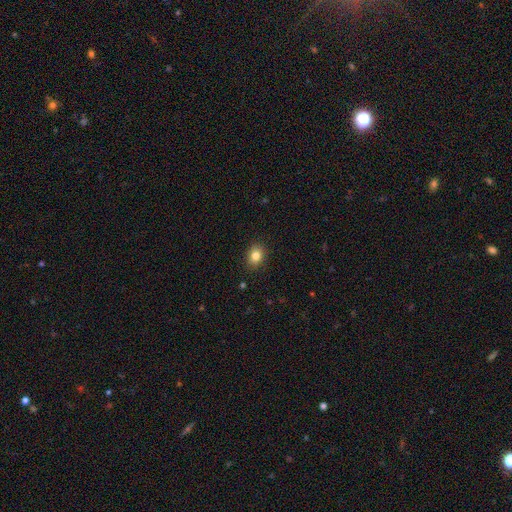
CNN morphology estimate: A smooth galaxy with no disk features (83%) that is in between round and cigar-shaped (58%). Merging: none (88%).